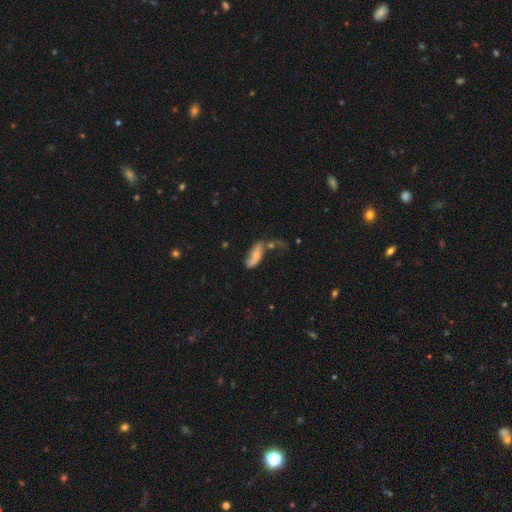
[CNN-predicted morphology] Q: Smooth or featured?
A: smooth (46%); tied with: featured or disk (46%)
Q: Merging?
A: none (31%); runner-up: merger (24%)